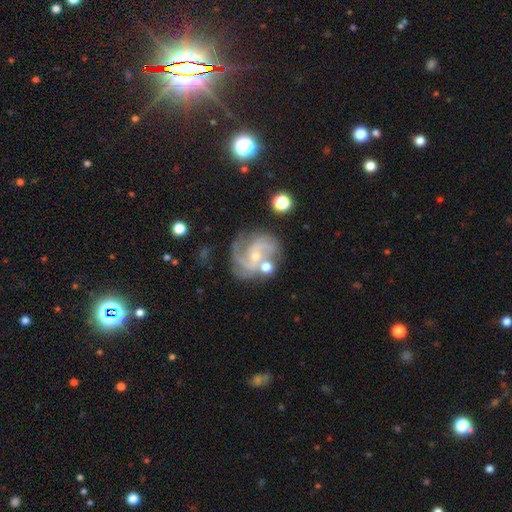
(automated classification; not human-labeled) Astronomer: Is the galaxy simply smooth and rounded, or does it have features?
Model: featured or disk — 87%.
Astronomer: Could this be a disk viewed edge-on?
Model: no — 98%.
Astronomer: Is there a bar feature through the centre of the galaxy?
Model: no — 50% (runner-up: weak, 38%).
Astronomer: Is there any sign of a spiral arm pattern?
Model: yes — 97%.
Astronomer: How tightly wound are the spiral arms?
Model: medium — 51% (runner-up: tight, 33%).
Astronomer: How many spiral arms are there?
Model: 3 — 37% (runner-up: 2, 33%).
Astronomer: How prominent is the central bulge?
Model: small — 72%.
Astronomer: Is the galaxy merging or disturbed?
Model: none — 61%.